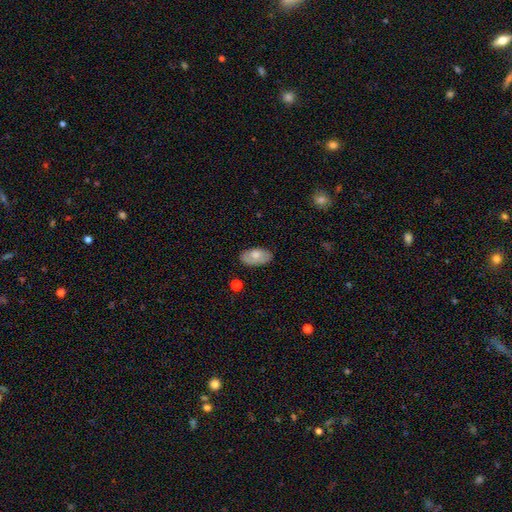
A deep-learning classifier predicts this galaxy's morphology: A smooth galaxy with no disk features (72%) that is in between round and cigar-shaped (94%).

Vote fractions:
- Smooth or featured? smooth: 72% / featured or disk: 22% / star or artifact: 7%
- How rounded? in between: 94% / round: 4% / cigar-shaped: 2%
- Merging? none: 80% / minor disturbance: 16% / major disturbance: 3% / merger: 1%